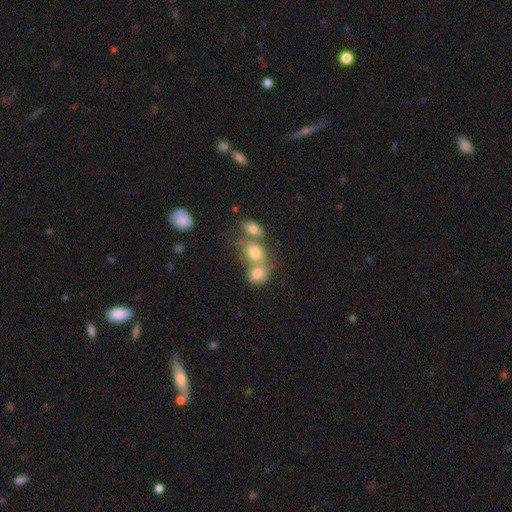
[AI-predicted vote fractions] smooth-or-featured: smooth: 59% | featured or disk: 22% | star or artifact: 19%
  how-rounded: round: 66% | in between: 32% | cigar-shaped: 2%
  merging: merger: 65% | none: 24% | minor disturbance: 6% | major disturbance: 4%